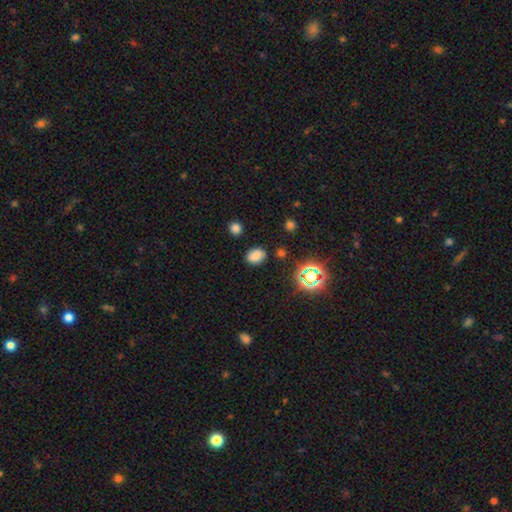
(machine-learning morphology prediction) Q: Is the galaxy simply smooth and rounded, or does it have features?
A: smooth — 74%.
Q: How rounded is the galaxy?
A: in between — 71%.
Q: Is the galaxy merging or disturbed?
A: none — 84%.